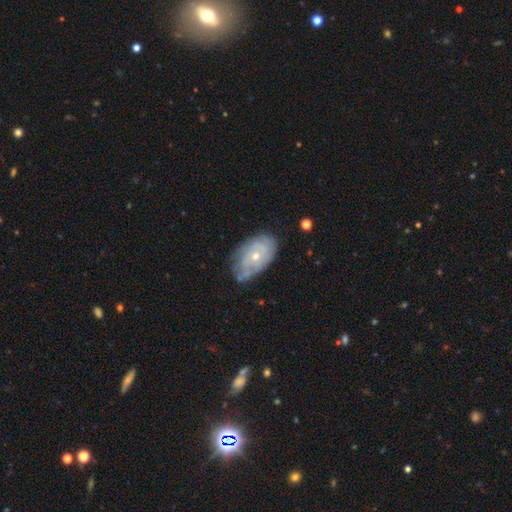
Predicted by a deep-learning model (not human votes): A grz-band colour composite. It shows a featured or disk galaxy (66%) with no bar (84%), spiral arms (63%) and a small central bulge (54%). Merging: none (59%).